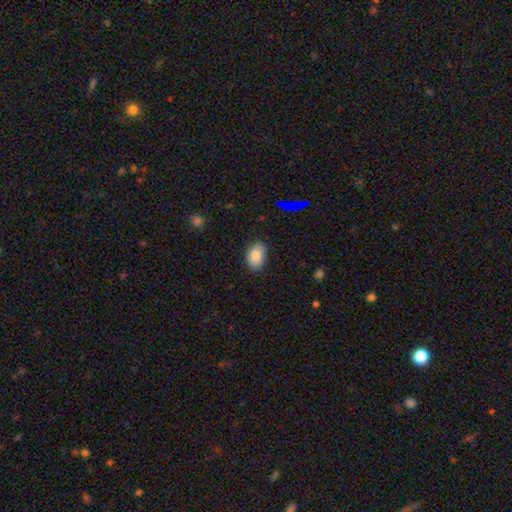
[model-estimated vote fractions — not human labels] A smooth galaxy with no disk features (85%) that is in between round and cigar-shaped (85%). Merging: none (82%).